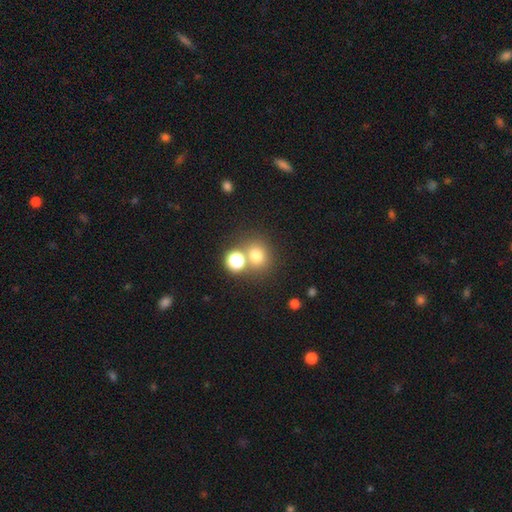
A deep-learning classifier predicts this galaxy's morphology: The model was most divided on "merging": none: 65%, merger: 23%, minor disturbance: 8%, major disturbance: 4%. More confident: how rounded — round (81%); smooth or featured — smooth (73%).